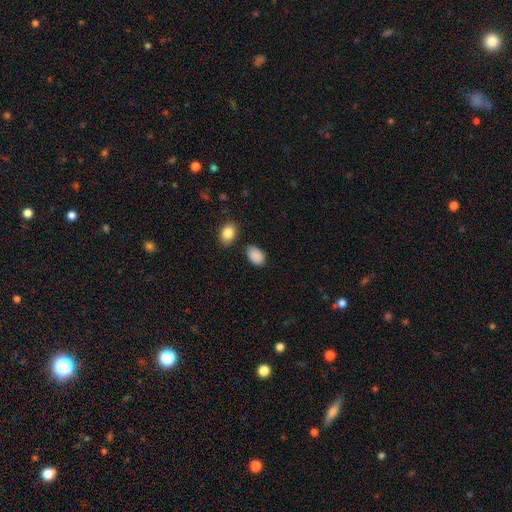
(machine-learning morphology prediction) The model was most divided on "merging": none: 78%, minor disturbance: 15%, merger: 4%, major disturbance: 3%. More confident: smooth or featured — smooth (89%); how rounded — in between (85%).